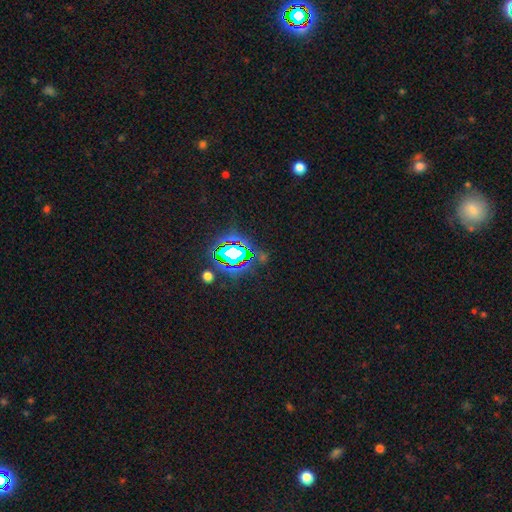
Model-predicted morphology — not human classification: This appears to be a star or artifact, not a galaxy (78%).